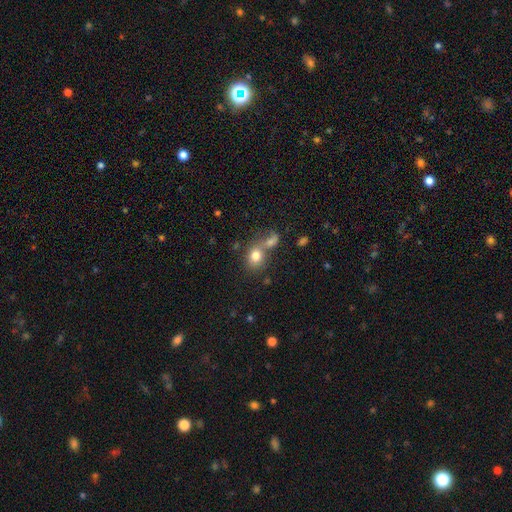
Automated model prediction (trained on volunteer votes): Overall: smooth (78%). How rounded: round (57%; in between 42%). Merging: merger (49%; none 36%).